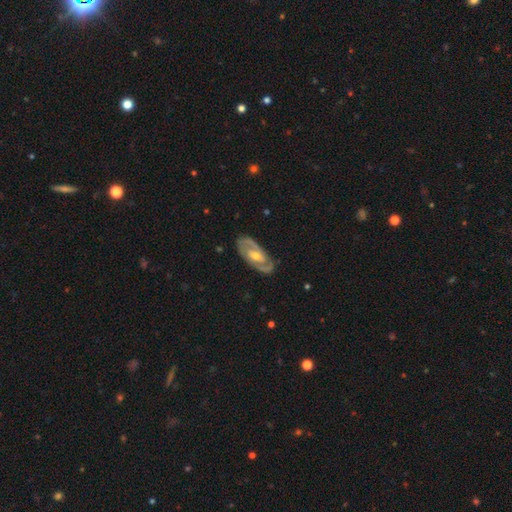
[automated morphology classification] Smooth or featured? Predicted: featured or disk (p=0.85). Edge-on disk? Predicted: no (p=0.94). Bar? Predicted: weak (p=0.43). Spiral arms? Predicted: yes (p=0.92). Spiral winding? Predicted: tight (p=0.46). Spiral arm count? Predicted: 2 (p=0.86). Bulge size? Predicted: moderate (p=0.61). Merging? Predicted: none (p=0.84).